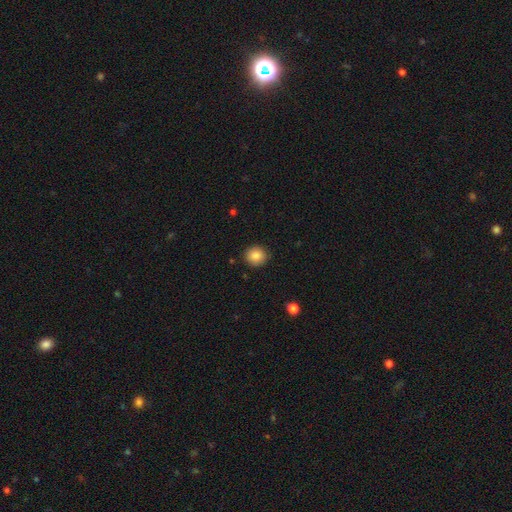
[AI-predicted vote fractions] Overall: smooth (86%). How rounded: round (86%). Merging: none (90%).